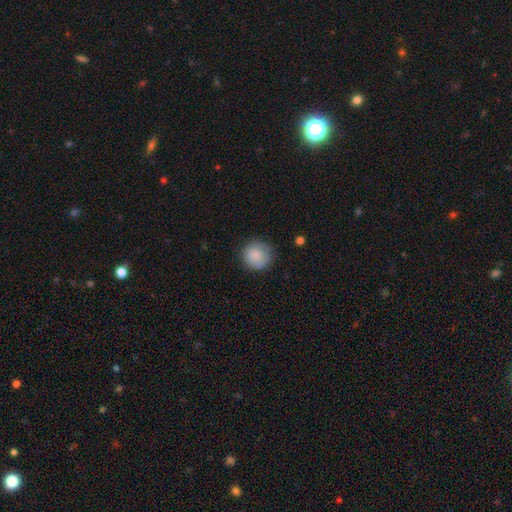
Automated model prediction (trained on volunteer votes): Smooth or featured: smooth — 85% (featured or disk — 8%)
How rounded: round — 92% (in between — 7%)
Merging: none — 77% (minor disturbance — 18%)